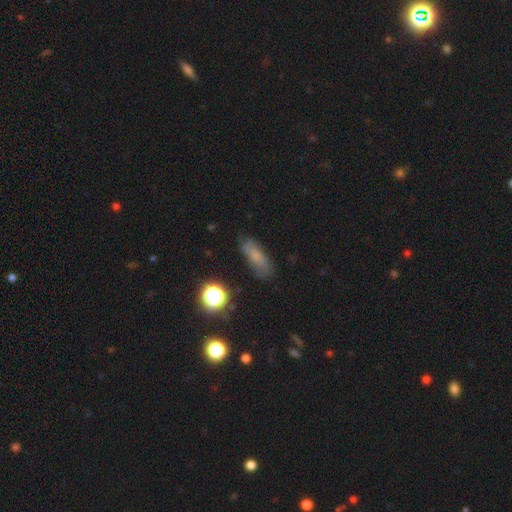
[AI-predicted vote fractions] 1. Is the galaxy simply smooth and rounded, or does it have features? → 66% smooth, 20% featured or disk, 14% star or artifact.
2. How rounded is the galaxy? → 59% in between, 35% cigar-shaped, 6% round.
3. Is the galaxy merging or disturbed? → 70% none, 21% minor disturbance, 7% major disturbance, 2% merger.